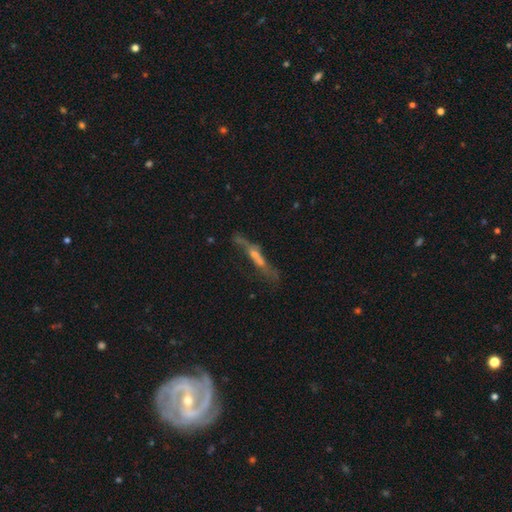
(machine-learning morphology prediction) This appears to be a featured or disk galaxy (64%) viewed edge-on (73%). Merging: none (55%).